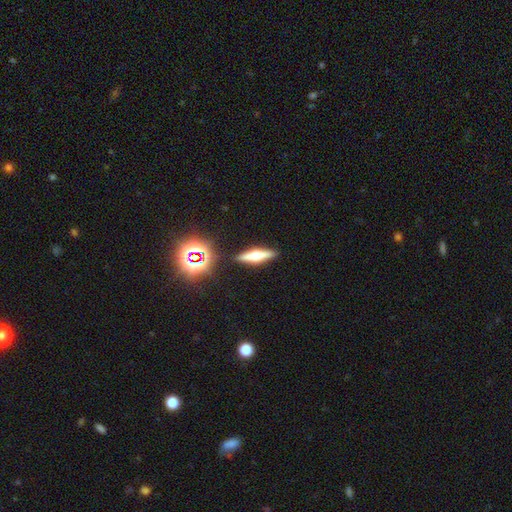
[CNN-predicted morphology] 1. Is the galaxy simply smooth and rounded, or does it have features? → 56% featured or disk, 33% smooth, 11% star or artifact.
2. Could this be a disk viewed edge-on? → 95% yes, 5% no.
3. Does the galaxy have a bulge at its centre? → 89% rounded, 7% boxy, 4% none.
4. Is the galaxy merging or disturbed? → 88% none, 7% minor disturbance, 3% merger, 2% major disturbance.